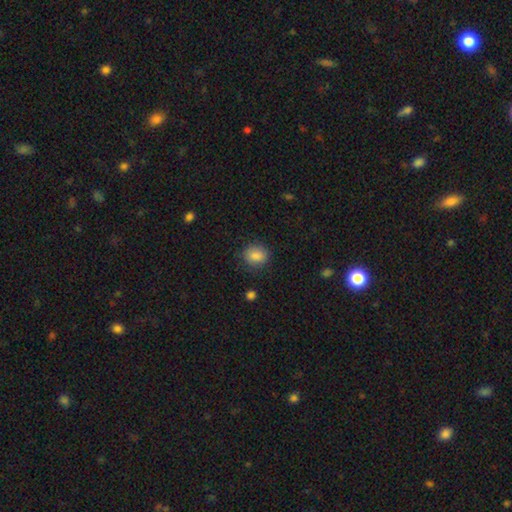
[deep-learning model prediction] smooth-or-featured: smooth: 86% | star or artifact: 9% | featured or disk: 5%
  how-rounded: round: 62% | in between: 37% | cigar-shaped: 1%
  merging: none: 83% | minor disturbance: 12% | major disturbance: 4% | merger: 1%